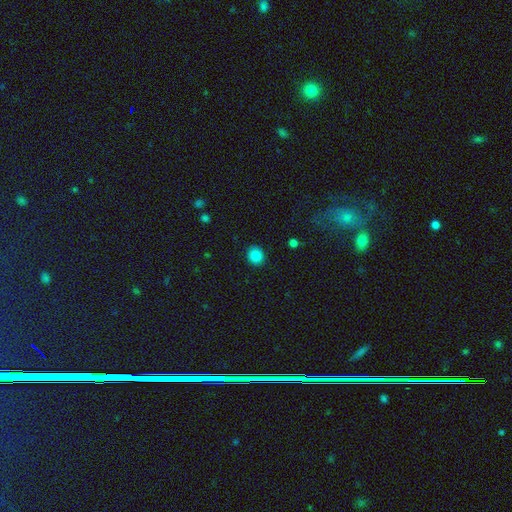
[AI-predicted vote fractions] A smooth galaxy with no disk features (85%) that is round (81%).

Vote fractions:
- Smooth or featured? smooth: 85% / star or artifact: 10% / featured or disk: 5%
- How rounded? round: 81% / in between: 18% / cigar-shaped: 1%
- Merging? none: 91% / minor disturbance: 6% / major disturbance: 2% / merger: 1%